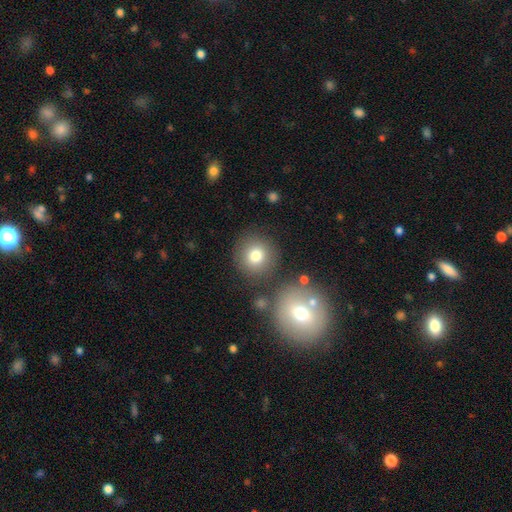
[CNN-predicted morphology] smooth 79%, star or artifact 11%, featured or disk 10%. Down the decision tree: how rounded — round (92%); merging — none (81%).